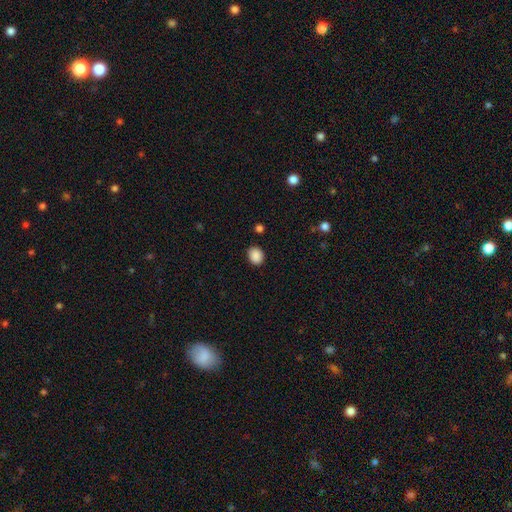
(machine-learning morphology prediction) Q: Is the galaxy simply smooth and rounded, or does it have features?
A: smooth — 89%.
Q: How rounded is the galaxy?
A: round — 56%.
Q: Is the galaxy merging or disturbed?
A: none — 88%.